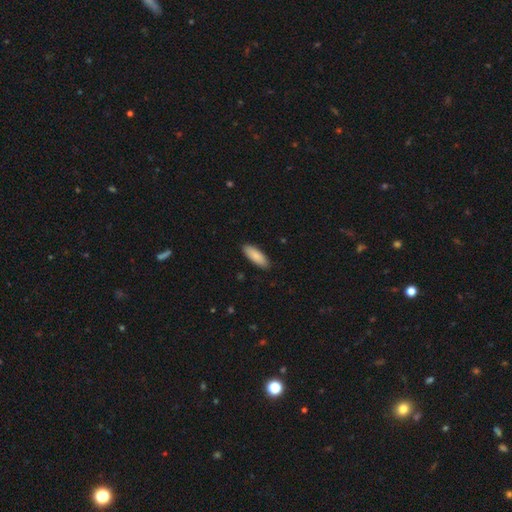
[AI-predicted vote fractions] This is clearly a smooth galaxy (87%). How rounded: likely in between (69%). Merging: clearly none (89%).